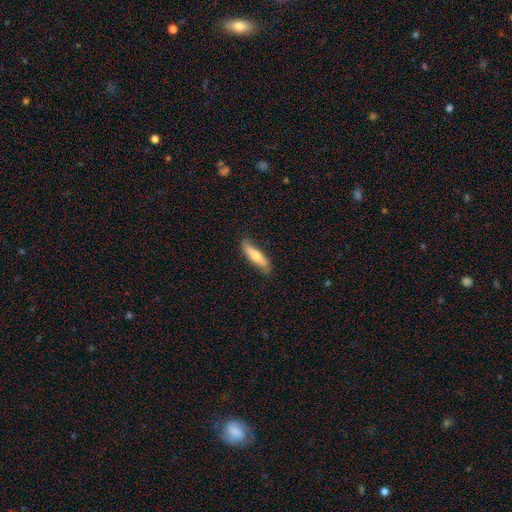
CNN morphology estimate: Smooth or featured? smooth (64%)
How rounded? cigar-shaped (71%)
Merging? none (80%)